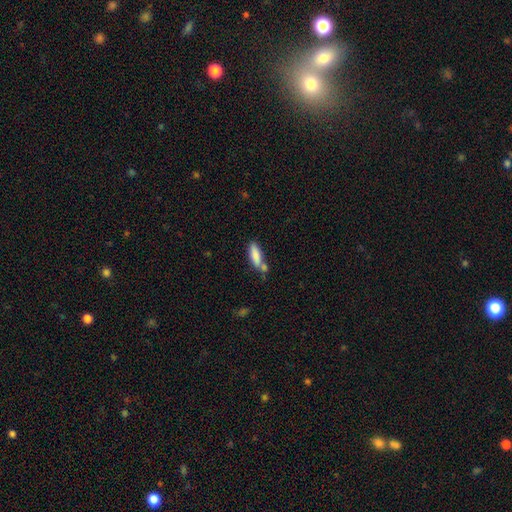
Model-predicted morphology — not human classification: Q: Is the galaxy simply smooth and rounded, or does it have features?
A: smooth — 83%.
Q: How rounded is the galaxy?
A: cigar-shaped — 50%.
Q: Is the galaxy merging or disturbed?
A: none — 53%.